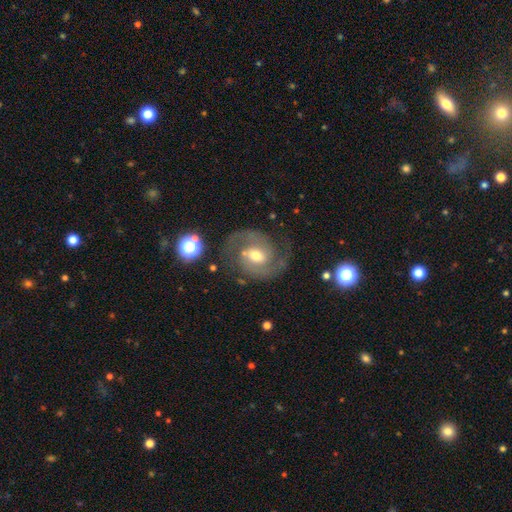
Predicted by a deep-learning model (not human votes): Smooth or featured? featured or disk (89%)
Edge-on disk? no (98%)
Bar? weak (49%)
Spiral arms? yes (98%)
Spiral winding? medium (59%)
Spiral arm count? 2 (93%)
Bulge size? moderate (67%)
Merging? none (78%)